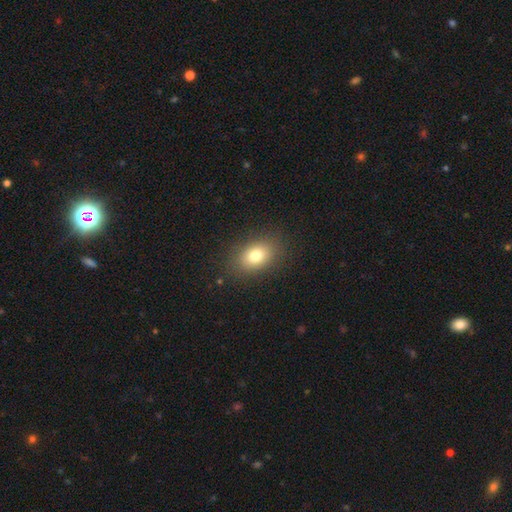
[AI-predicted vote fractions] smooth_or_featured: smooth (p=0.79) [alt: star or artifact p=0.11]
how_rounded: in between (p=0.76) [alt: round p=0.23]
merging: none (p=0.86) [alt: minor disturbance p=0.09]